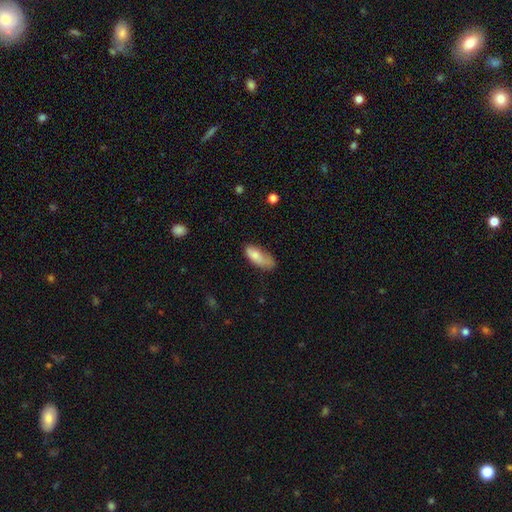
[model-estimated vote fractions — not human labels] Smooth or featured?
  - smooth: 79% *
  - featured or disk: 14%
  - star or artifact: 7%
How rounded?
  - in between: 77% *
  - cigar-shaped: 21%
  - round: 2%
Merging?
  - none: 40% *
  - minor disturbance: 36%
  - major disturbance: 20%
  - merger: 5%